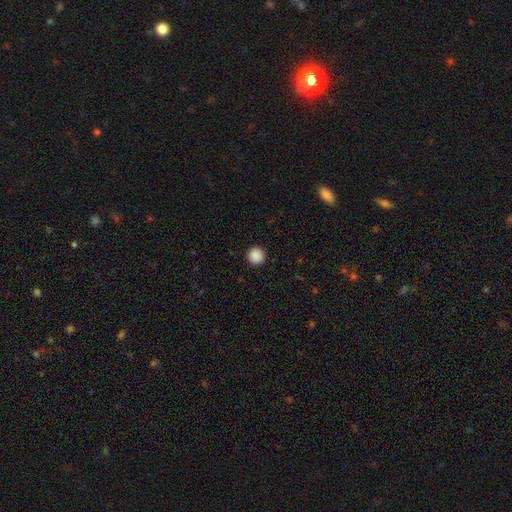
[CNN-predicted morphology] Smooth or featured? smooth (89%)
How rounded? round (96%)
Merging? none (93%)